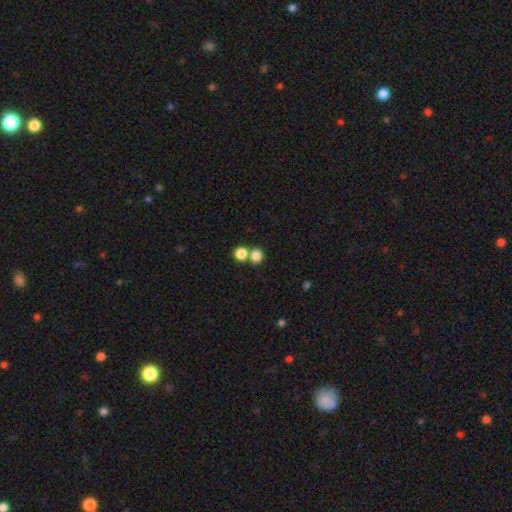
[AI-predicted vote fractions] This is clearly a smooth galaxy (82%). How rounded: clearly round (87%). Merging: possibly none (55%).